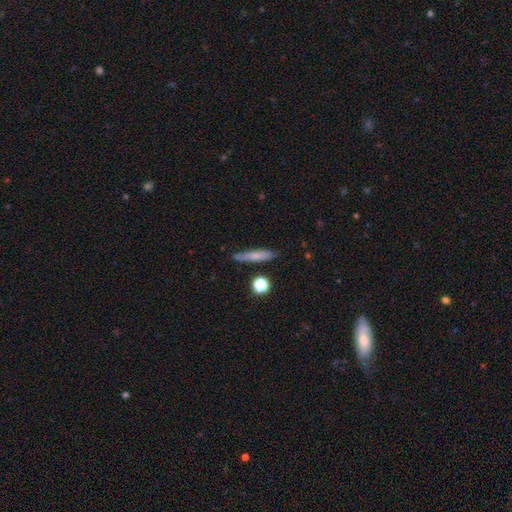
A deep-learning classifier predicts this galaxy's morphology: Overall: smooth (67%). How rounded: cigar-shaped (86%). Merging: none (82%).